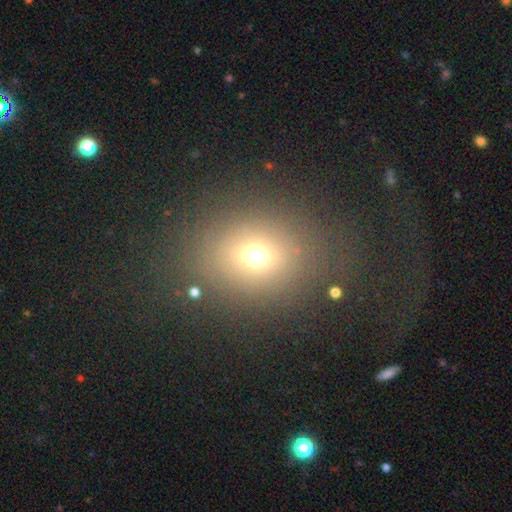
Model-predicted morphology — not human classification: This is likely a smooth galaxy (67%). How rounded: likely round (65%). Merging: likely none (80%).